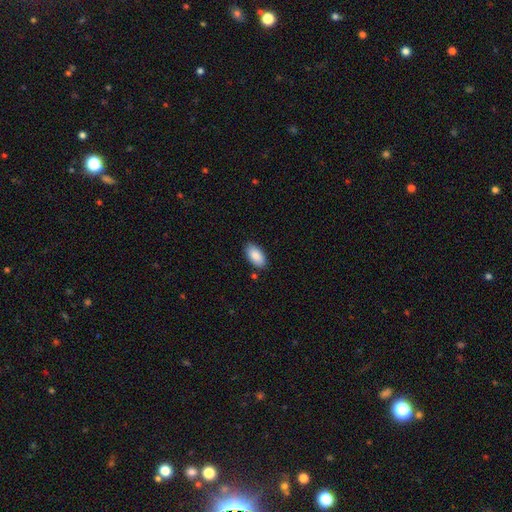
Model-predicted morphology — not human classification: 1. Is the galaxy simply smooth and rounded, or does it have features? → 89% smooth, 6% star or artifact, 5% featured or disk.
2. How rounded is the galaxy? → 95% in between, 3% cigar-shaped, 2% round.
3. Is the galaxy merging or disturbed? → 86% none, 10% minor disturbance, 2% major disturbance, 2% merger.